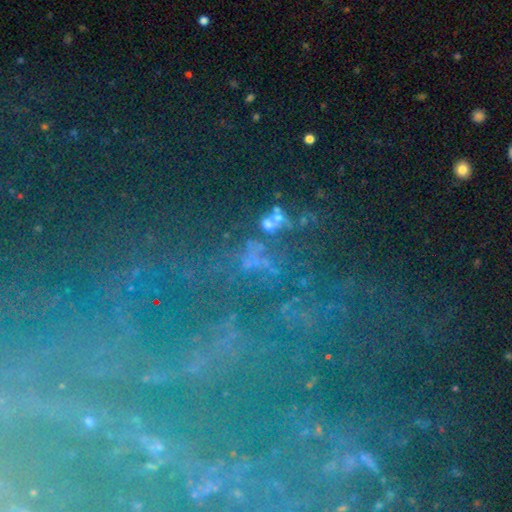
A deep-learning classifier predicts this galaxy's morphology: A star or artifact, not a galaxy (60%).